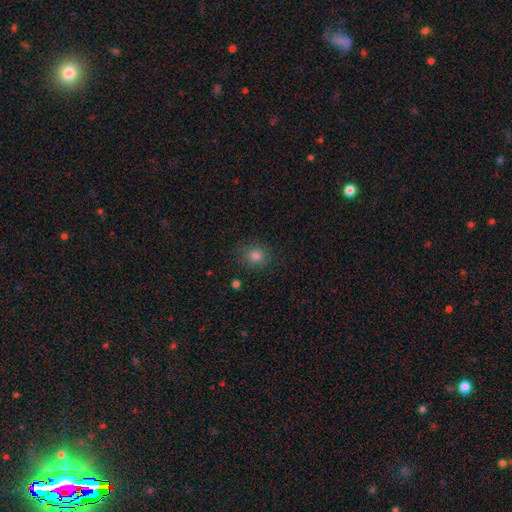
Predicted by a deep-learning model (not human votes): Overall: smooth (81%). How rounded: round (80%). Merging: none (85%).